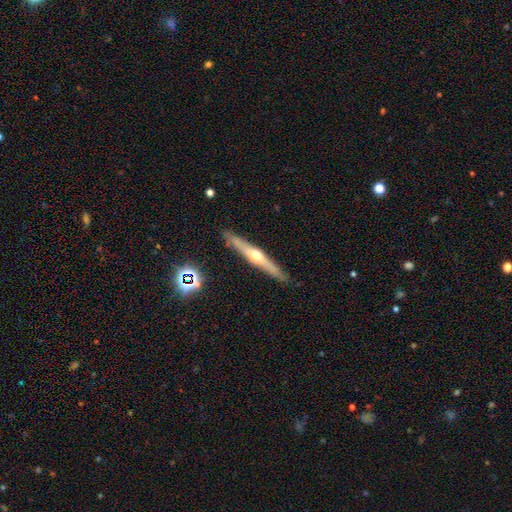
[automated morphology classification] featured or disk 71%, smooth 23%, star or artifact 6%. Down the decision tree: edge-on disk — yes (97%); edge-on bulge — rounded (92%); merging — none (90%).